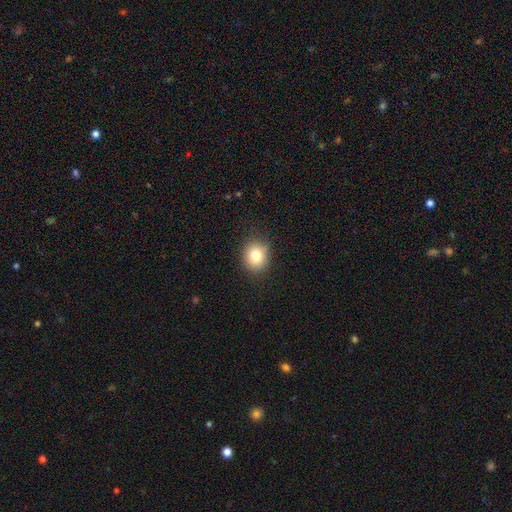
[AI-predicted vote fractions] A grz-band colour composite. It shows a smooth galaxy with no disk features (81%) that is round (71%). Merging: none (85%).